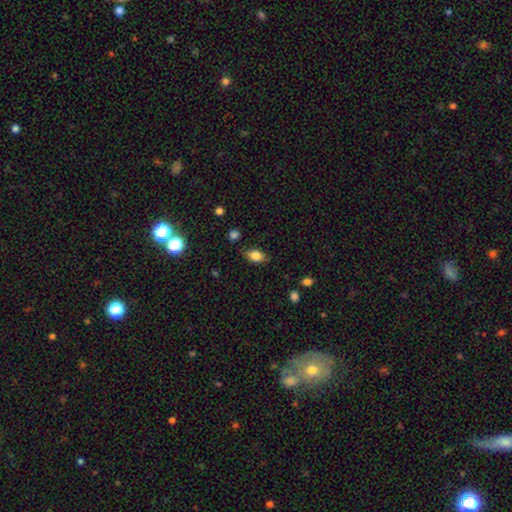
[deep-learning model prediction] This is likely a smooth galaxy (79%). How rounded: clearly in between (84%). Merging: likely none (76%).